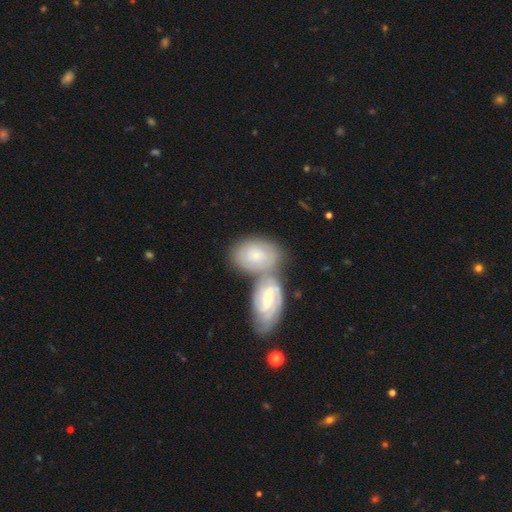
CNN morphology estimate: Smooth or featured: featured or disk — 58% (smooth — 37%)
Edge-on disk: no — 94% (yes — 6%)
Bar: no — 53% (weak — 37%)
Spiral arms: yes — 86% (no — 14%)
Bulge size: small — 61% (moderate — 31%)
Merging: merger — 60% (none — 27%)